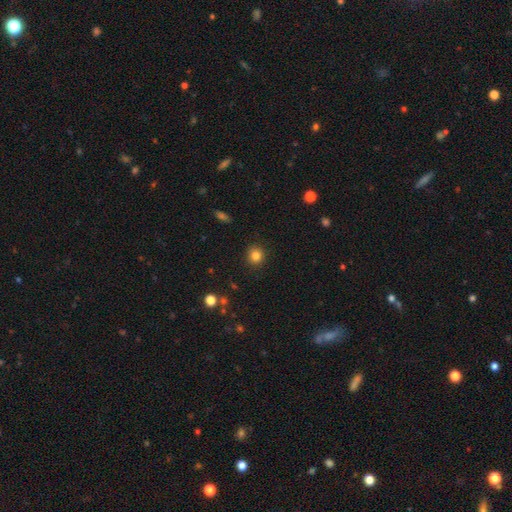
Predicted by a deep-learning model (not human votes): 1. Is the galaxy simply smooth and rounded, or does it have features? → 82% smooth, 12% star or artifact, 6% featured or disk.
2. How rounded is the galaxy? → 91% round, 8% in between, 1% cigar-shaped.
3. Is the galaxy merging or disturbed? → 91% none, 6% minor disturbance, 2% major disturbance, 1% merger.